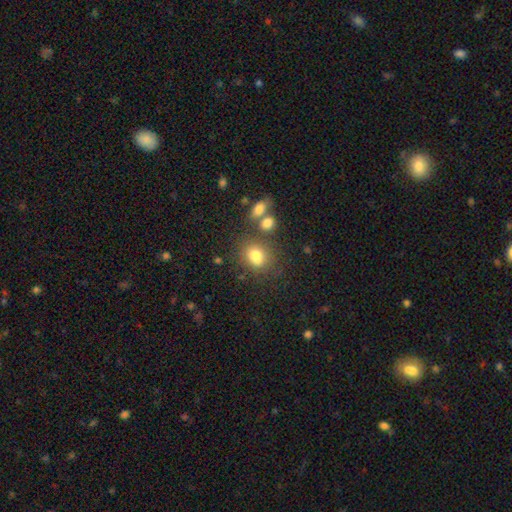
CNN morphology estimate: Smooth or featured?
  - smooth: 76% *
  - star or artifact: 12%
  - featured or disk: 12%
How rounded?
  - in between: 54% *
  - round: 45%
  - cigar-shaped: 1%
Merging?
  - none: 52% *
  - merger: 26%
  - minor disturbance: 15%
  - major disturbance: 7%